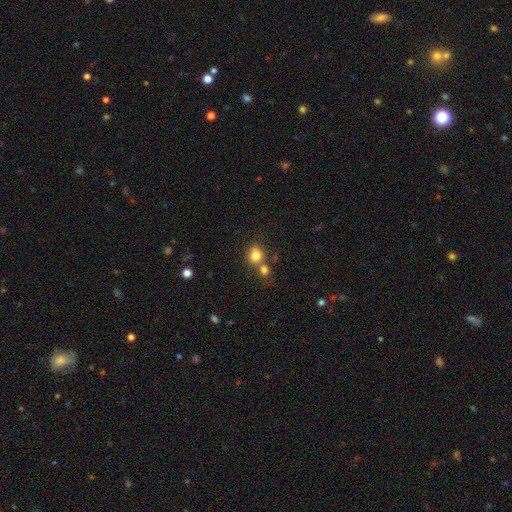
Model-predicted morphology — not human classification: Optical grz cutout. It shows a smooth galaxy with no disk features (80%) that is round (79%). Merging: none (51%).